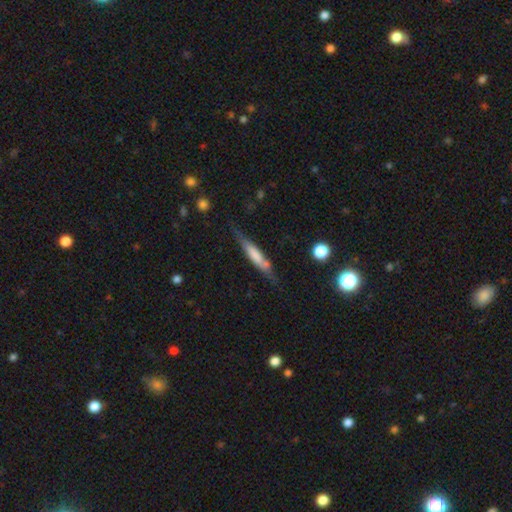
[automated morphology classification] Smooth or featured? smooth (53%)
How rounded? cigar-shaped (87%)
Merging? none (67%)